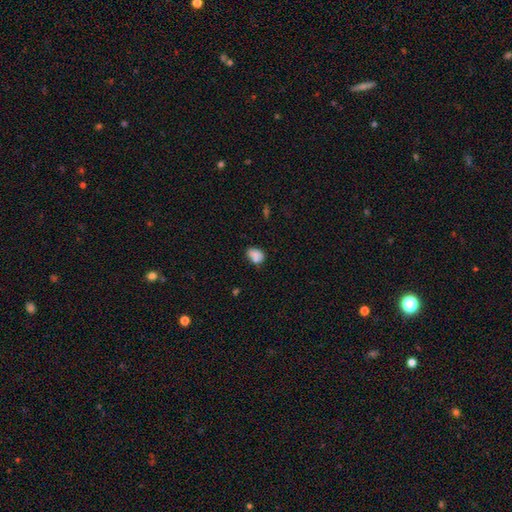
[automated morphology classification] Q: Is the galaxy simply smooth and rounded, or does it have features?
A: smooth — 77%.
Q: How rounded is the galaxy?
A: in between — 76%.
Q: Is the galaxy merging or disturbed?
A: none — 50%.